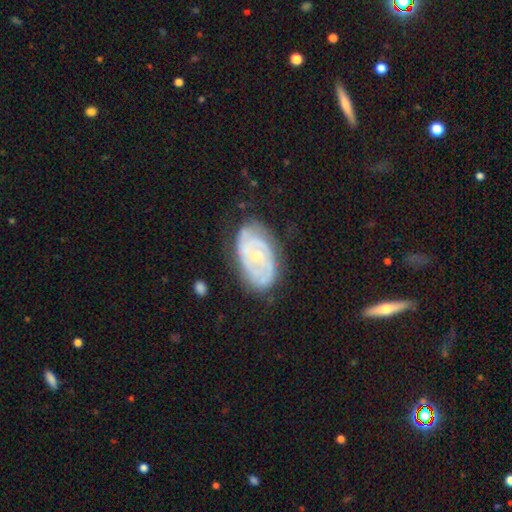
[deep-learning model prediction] smooth-or-featured: featured or disk: 80% | smooth: 15% | star or artifact: 5%
  disk-edge-on: no: 96% | yes: 4%
    bar: no: 69% | weak: 25% | strong: 6%
    has-spiral-arms: yes: 83% | no: 17%
      spiral-winding: tight: 66% | medium: 27% | loose: 8%
      spiral-arm-count: 2: 42% | can't tell: 36% | 3: 11% | 1: 5% | 4: 3% | more than 4: 3%
    bulge-size: small: 54% | moderate: 42% | large: 1% | none: 1% | dominant: 1%
  merging: none: 70% | minor disturbance: 22% | major disturbance: 7% | merger: 2%